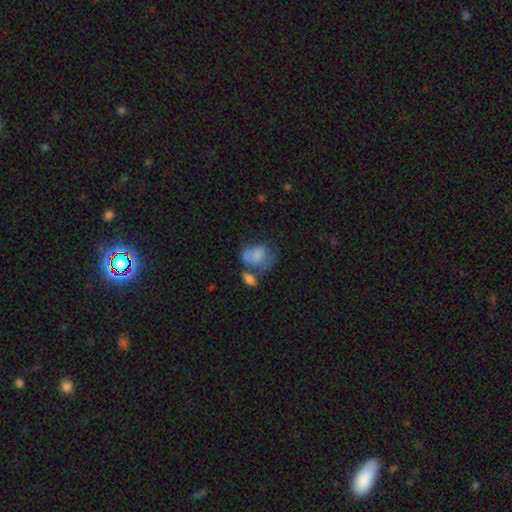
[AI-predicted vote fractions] A smooth galaxy with no disk features (65%) that is in between round and cigar-shaped (63%).

Vote fractions:
- Smooth or featured? smooth: 65% / featured or disk: 26% / star or artifact: 9%
- How rounded? in between: 63% / round: 36% / cigar-shaped: 1%
- Merging? merger: 29% / major disturbance: 26% / none: 25% / minor disturbance: 20%